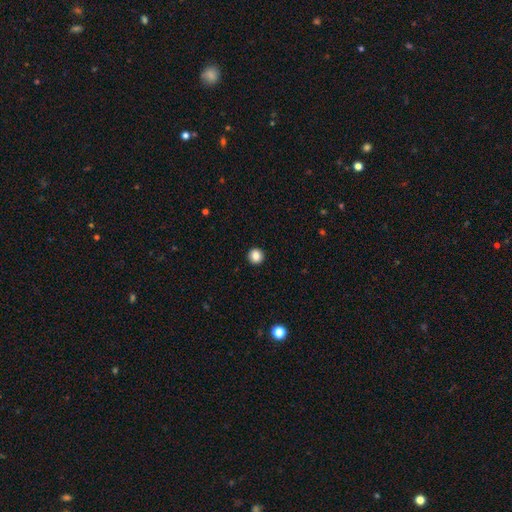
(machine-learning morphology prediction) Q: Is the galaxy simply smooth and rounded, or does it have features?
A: smooth — 86%.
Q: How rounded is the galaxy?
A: round — 94%.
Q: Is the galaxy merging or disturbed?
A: none — 93%.